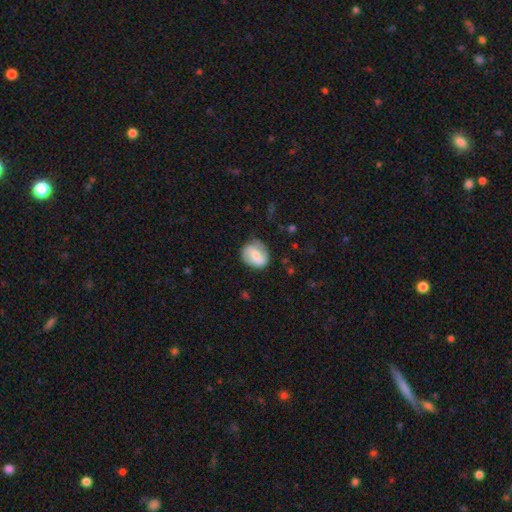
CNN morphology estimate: Smooth or featured? Predicted: featured or disk (p=0.50). Edge-on disk? Predicted: no (p=0.97). Merging? Predicted: none (p=0.72).